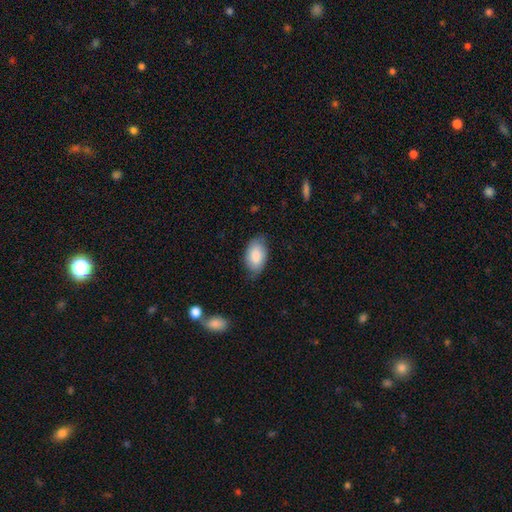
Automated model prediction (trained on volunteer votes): Overall: smooth (81%). How rounded: in between (94%). Merging: none (69%).